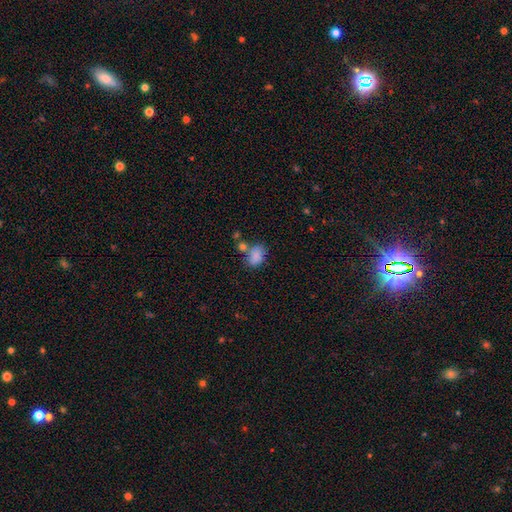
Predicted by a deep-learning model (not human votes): The model was most divided on "merging": none: 53%, merger: 21%, minor disturbance: 19%, major disturbance: 7%. More confident: smooth or featured — smooth (84%); how rounded — in between (78%).